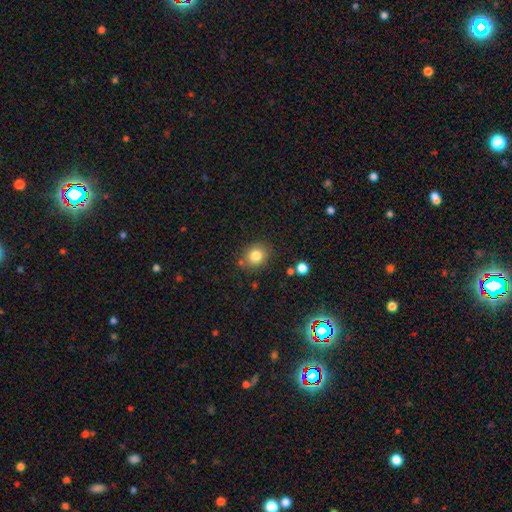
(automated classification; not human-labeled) The model was most divided on "how rounded": round: 75%, in between: 24%, cigar-shaped: 1%. More confident: smooth or featured — smooth (82%); merging — none (81%).